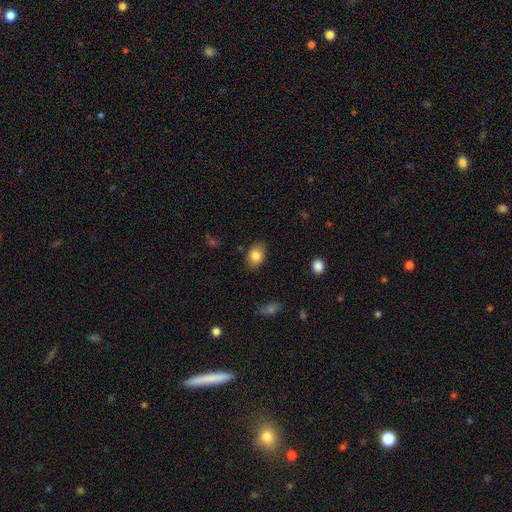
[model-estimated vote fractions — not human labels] Q: Smooth or featured?
A: smooth (83%); runner-up: featured or disk (9%)
Q: How rounded?
A: in between (80%); runner-up: round (19%)
Q: Merging?
A: none (81%); runner-up: minor disturbance (15%)